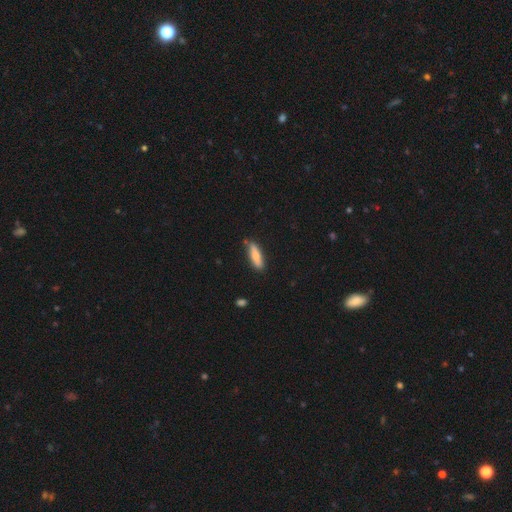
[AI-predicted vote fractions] Morphology: type=smooth (76%); roundness=cigar-shaped (66%); merging=none (81%).